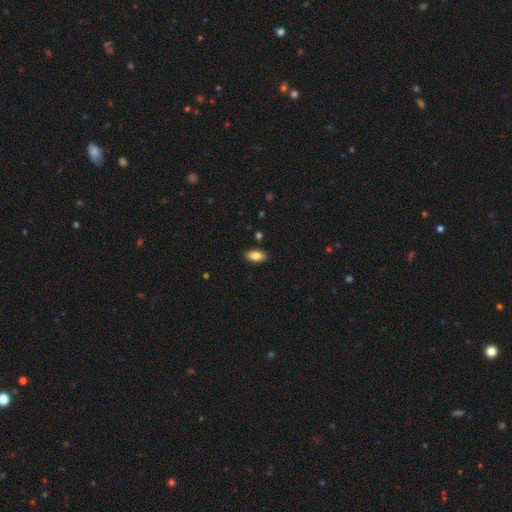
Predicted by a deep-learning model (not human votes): The model was most divided on "smooth or featured": smooth: 83%, featured or disk: 9%, star or artifact: 7%. More confident: how rounded — in between (93%); merging — none (89%).